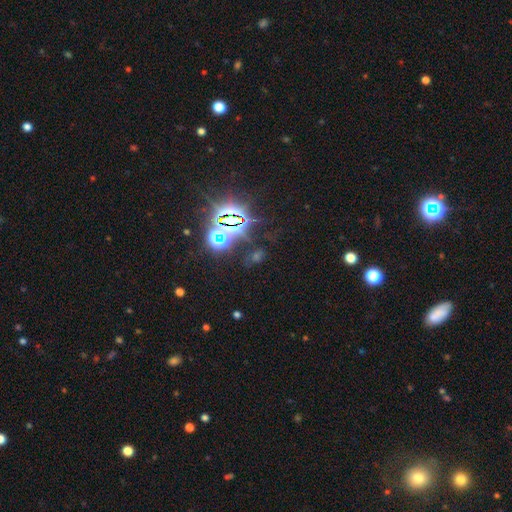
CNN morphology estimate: This appears to be a star or artifact, not a galaxy (73%).